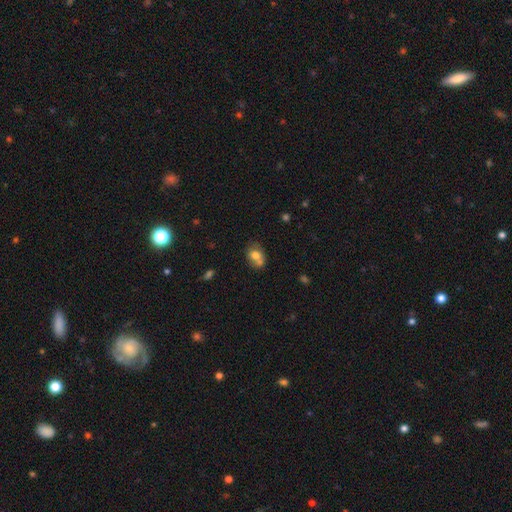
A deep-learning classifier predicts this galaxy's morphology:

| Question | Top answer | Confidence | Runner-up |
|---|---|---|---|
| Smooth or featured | smooth | 71% | featured or disk (19%) |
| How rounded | in between | 54% | round (45%) |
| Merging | none | 44% | merger (38%) |